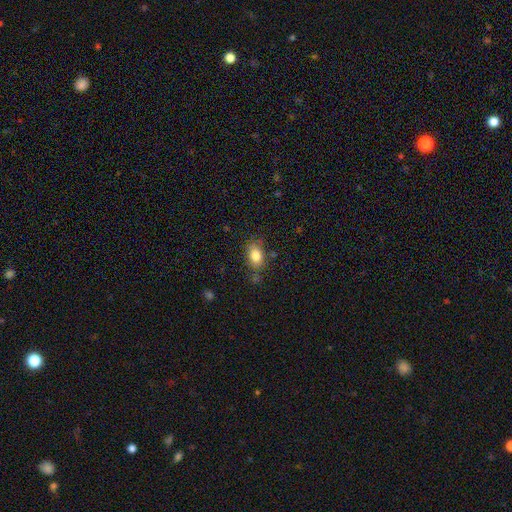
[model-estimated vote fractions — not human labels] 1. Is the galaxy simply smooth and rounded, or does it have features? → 82% smooth, 9% featured or disk, 9% star or artifact.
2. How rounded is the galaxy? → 82% in between, 15% round, 3% cigar-shaped.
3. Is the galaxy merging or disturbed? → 71% none, 19% minor disturbance, 5% major disturbance, 5% merger.